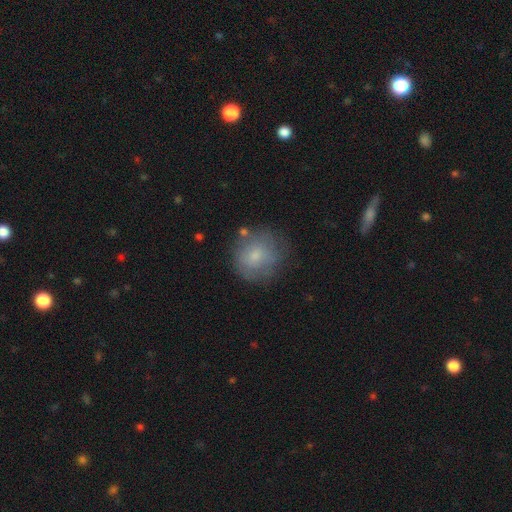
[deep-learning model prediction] The model was most divided on "smooth or featured": smooth: 69%, featured or disk: 22%, star or artifact: 9%. More confident: how rounded — round (85%); merging — none (69%).